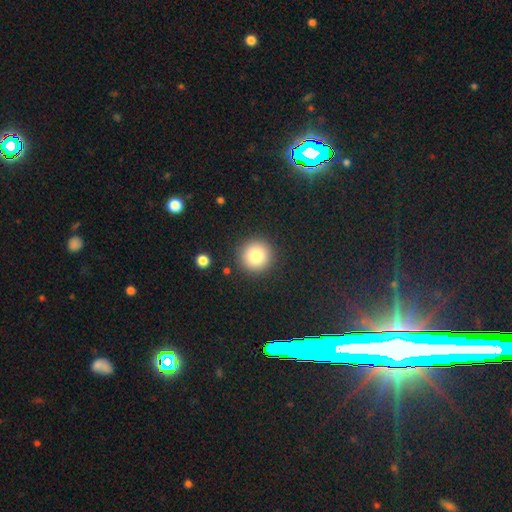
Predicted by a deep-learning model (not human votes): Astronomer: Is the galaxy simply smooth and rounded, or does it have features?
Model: smooth — 81%.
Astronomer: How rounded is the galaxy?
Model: round — 95%.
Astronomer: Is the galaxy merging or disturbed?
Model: none — 90%.